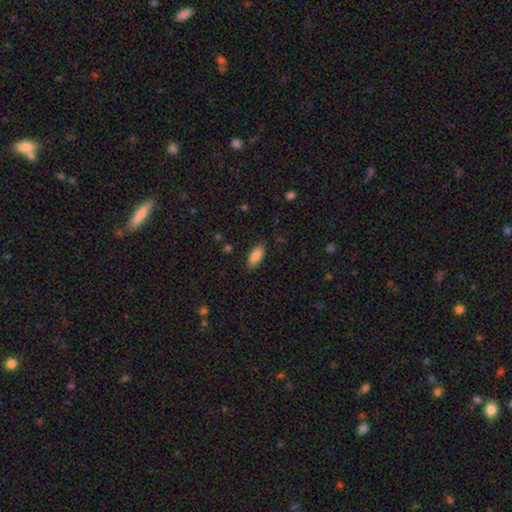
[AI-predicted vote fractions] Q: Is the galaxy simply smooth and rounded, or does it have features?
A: smooth — 86%.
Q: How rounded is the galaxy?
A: in between — 81%.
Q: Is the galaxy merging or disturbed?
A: none — 83%.